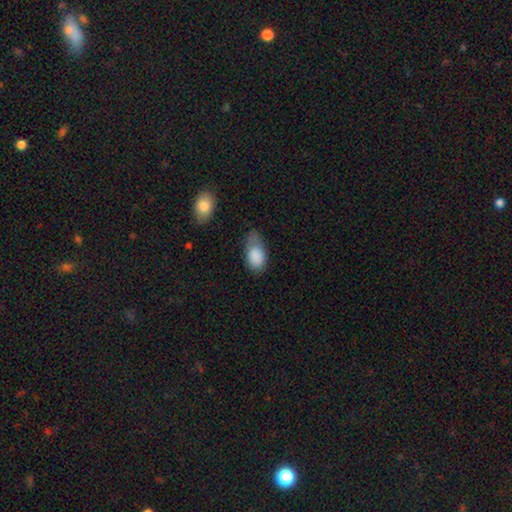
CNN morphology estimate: A smooth galaxy with no disk features (85%) that is in between round and cigar-shaped (90%).

Vote fractions:
- Smooth or featured? smooth: 85% / featured or disk: 8% / star or artifact: 8%
- How rounded? in between: 90% / round: 7% / cigar-shaped: 3%
- Merging? minor disturbance: 41% / none: 36% / major disturbance: 18% / merger: 4%